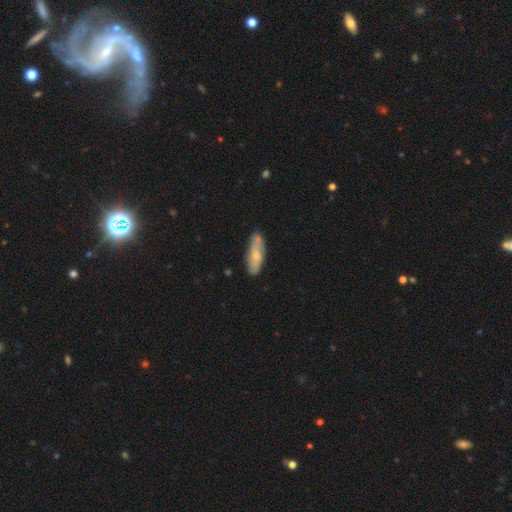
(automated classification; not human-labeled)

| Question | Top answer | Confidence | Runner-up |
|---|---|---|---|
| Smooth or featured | smooth | 64% | featured or disk (30%) |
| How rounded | in between | 58% | cigar-shaped (40%) |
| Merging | none | 64% | minor disturbance (22%) |